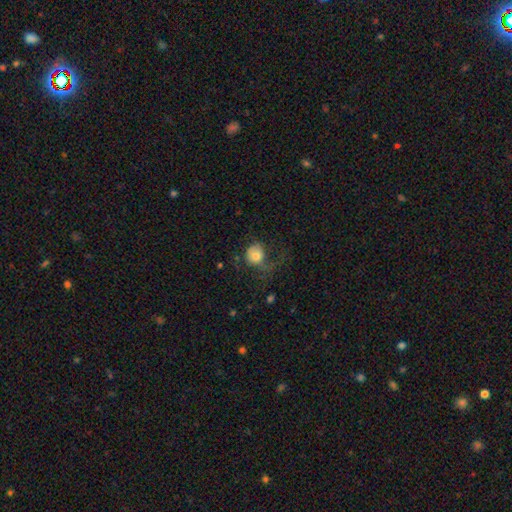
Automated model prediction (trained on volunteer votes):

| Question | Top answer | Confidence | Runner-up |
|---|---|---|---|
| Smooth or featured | smooth | 70% | featured or disk (21%) |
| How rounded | round | 73% | in between (26%) |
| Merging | major disturbance | 48% | none (30%) |